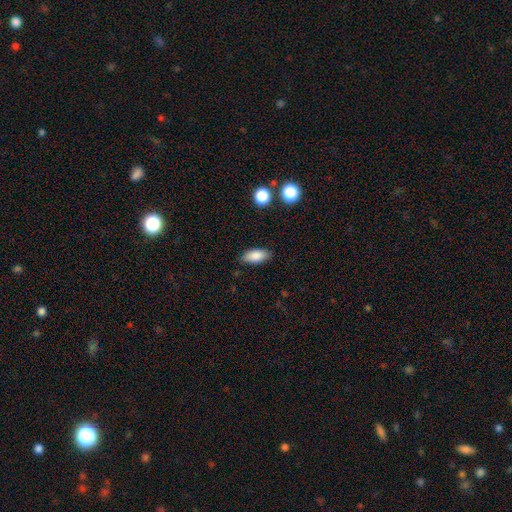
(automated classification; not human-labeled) Smooth or featured: smooth — 86% (star or artifact — 7%)
How rounded: in between — 89% (cigar-shaped — 8%)
Merging: none — 85% (minor disturbance — 11%)